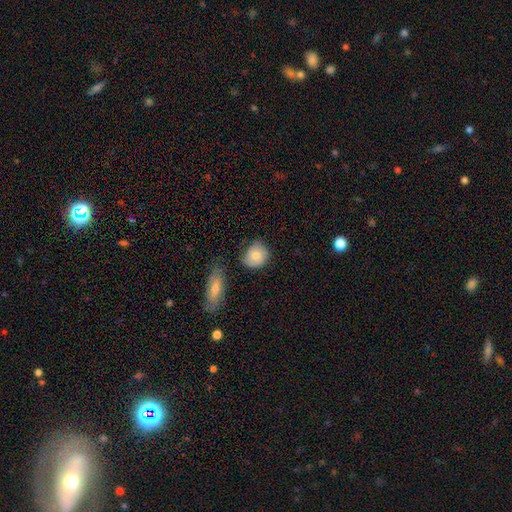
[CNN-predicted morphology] type=smooth (81%); roundness=round (75%); merging=none (64%).